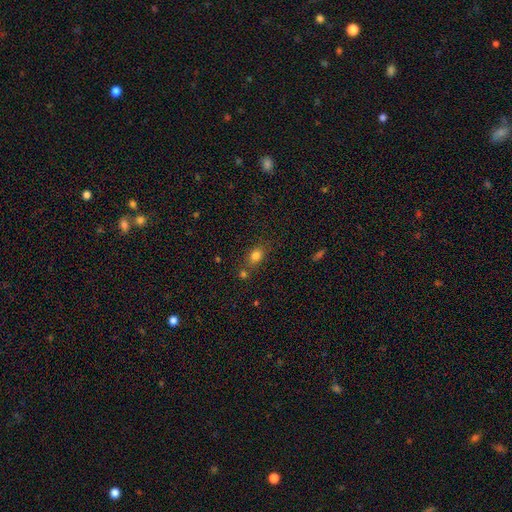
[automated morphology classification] Smooth or featured? smooth (80%)
How rounded? in between (65%)
Merging? none (65%)